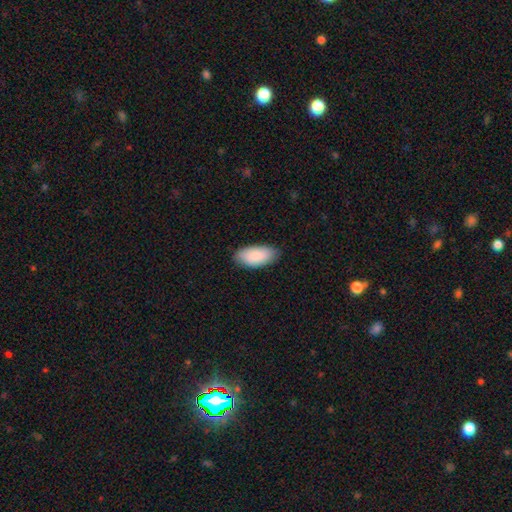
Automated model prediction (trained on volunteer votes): Q: Smooth or featured?
A: smooth (88%); runner-up: featured or disk (6%)
Q: How rounded?
A: in between (94%); runner-up: cigar-shaped (5%)
Q: Merging?
A: none (84%); runner-up: minor disturbance (13%)